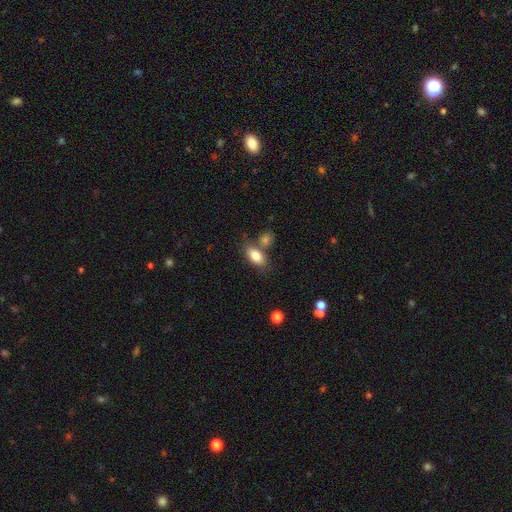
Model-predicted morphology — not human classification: smooth-or-featured: smooth: 83% | featured or disk: 10% | star or artifact: 7%
  how-rounded: in between: 88% | cigar-shaped: 6% | round: 6%
  merging: none: 61% | merger: 22% | minor disturbance: 13% | major disturbance: 4%